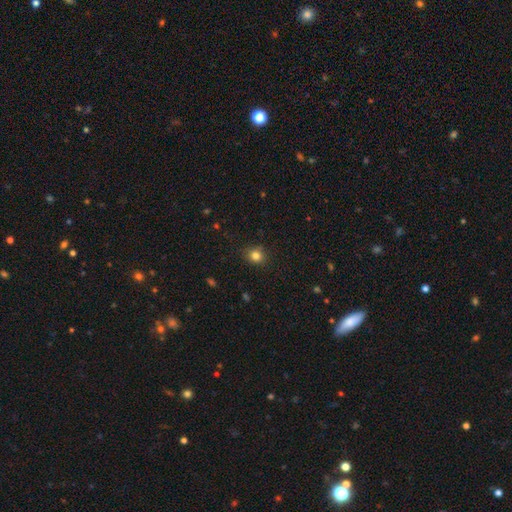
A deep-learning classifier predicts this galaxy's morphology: smooth 82%, star or artifact 13%, featured or disk 5%. Down the decision tree: how rounded — round (78%); merging — none (86%).